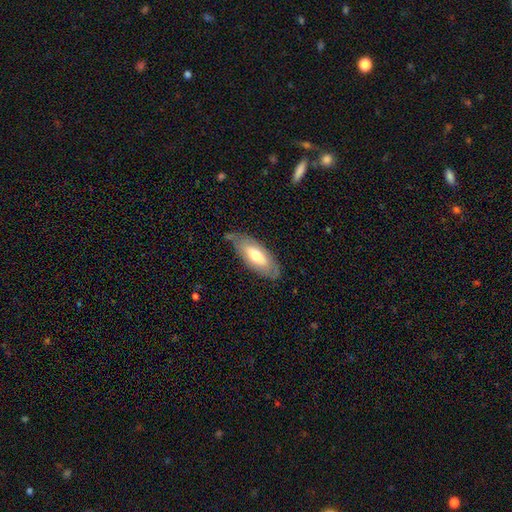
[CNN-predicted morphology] smooth-or-featured: smooth: 59% | featured or disk: 36% | star or artifact: 6%
  how-rounded: in between: 77% | cigar-shaped: 21% | round: 2%
  merging: none: 73% | minor disturbance: 20% | major disturbance: 4% | merger: 2%